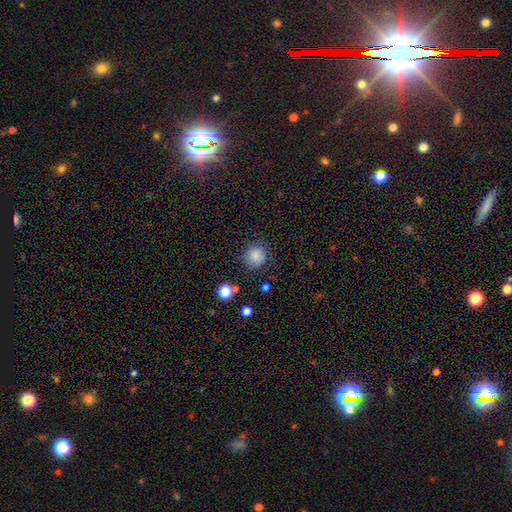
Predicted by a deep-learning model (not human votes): smooth 85%, star or artifact 11%, featured or disk 4%. Down the decision tree: how rounded — round (89%); merging — none (82%).